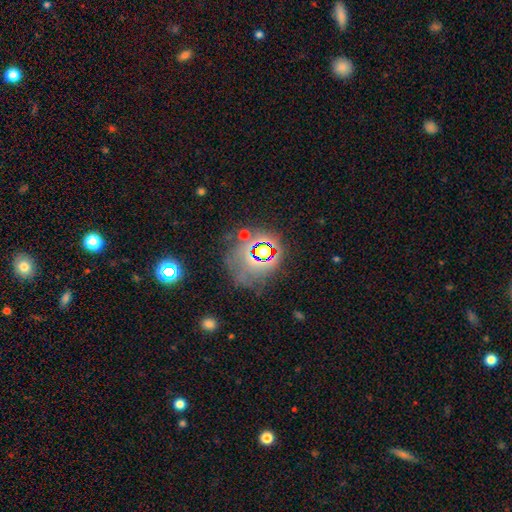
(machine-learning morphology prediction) smooth_or_featured: star or artifact (p=0.62) [alt: smooth p=0.23]